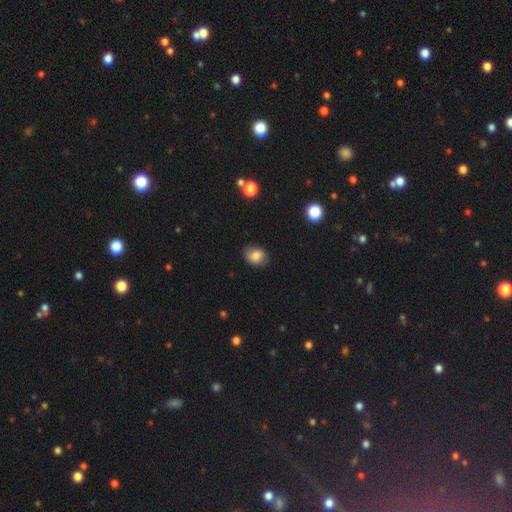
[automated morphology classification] A smooth galaxy with no disk features (82%) that is in between round and cigar-shaped (60%).

Vote fractions:
- Smooth or featured? smooth: 82% / featured or disk: 9% / star or artifact: 9%
- How rounded? in between: 60% / round: 39% / cigar-shaped: 1%
- Merging? none: 84% / minor disturbance: 12% / major disturbance: 3% / merger: 1%